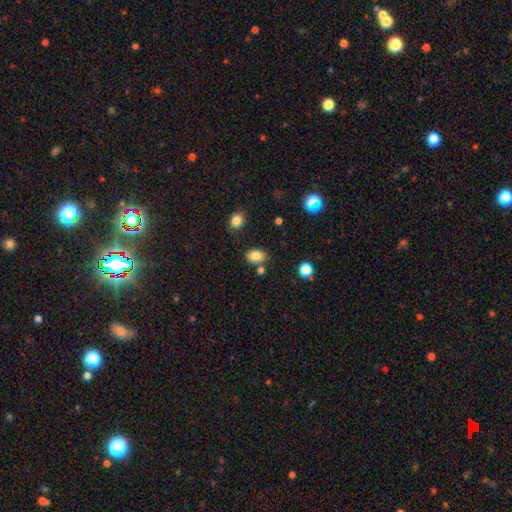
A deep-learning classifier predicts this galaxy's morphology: This appears to be a smooth galaxy with no disk features (83%) that is in between round and cigar-shaped (71%). Merging: none (70%).